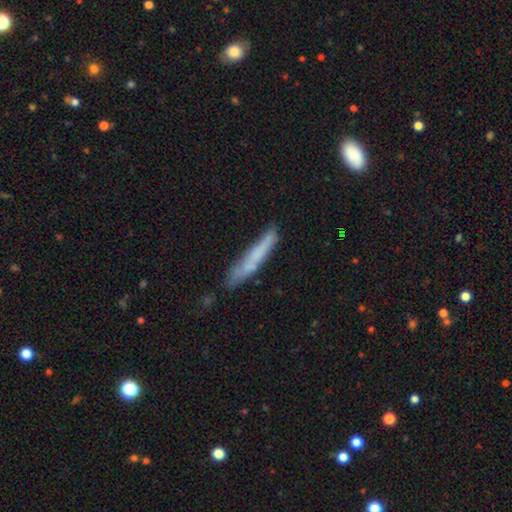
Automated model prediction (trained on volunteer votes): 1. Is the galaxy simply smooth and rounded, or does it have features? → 62% smooth, 30% featured or disk, 7% star or artifact.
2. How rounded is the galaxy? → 94% cigar-shaped, 4% in between, 1% round.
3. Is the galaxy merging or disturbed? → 70% none, 21% minor disturbance, 5% major disturbance, 4% merger.